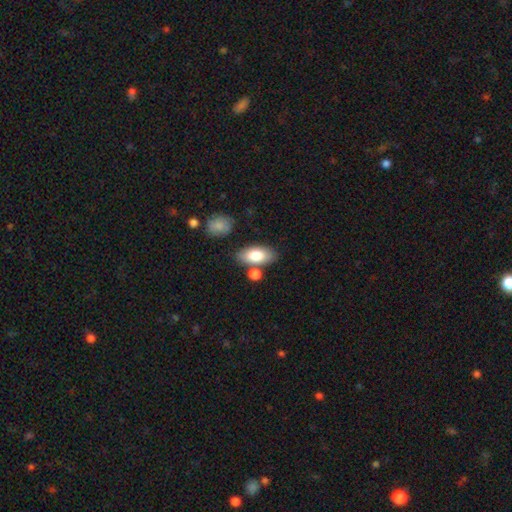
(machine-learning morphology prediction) Overall: smooth (81%). How rounded: in between (92%). Merging: none (72%).